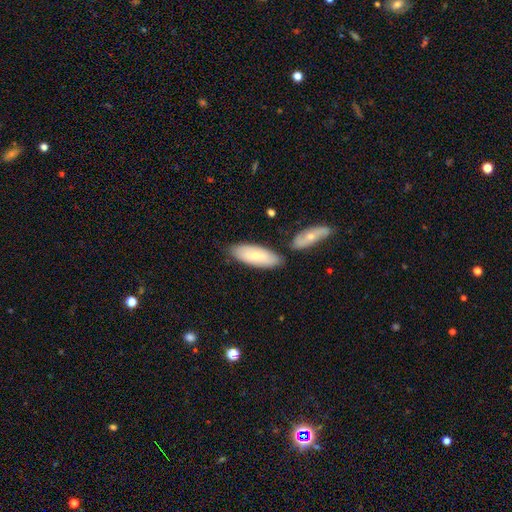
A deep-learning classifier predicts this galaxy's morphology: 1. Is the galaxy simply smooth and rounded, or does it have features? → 64% smooth, 30% featured or disk, 5% star or artifact.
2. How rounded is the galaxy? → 73% in between, 25% cigar-shaped, 2% round.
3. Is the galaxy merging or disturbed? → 70% none, 13% merger, 13% minor disturbance, 3% major disturbance.